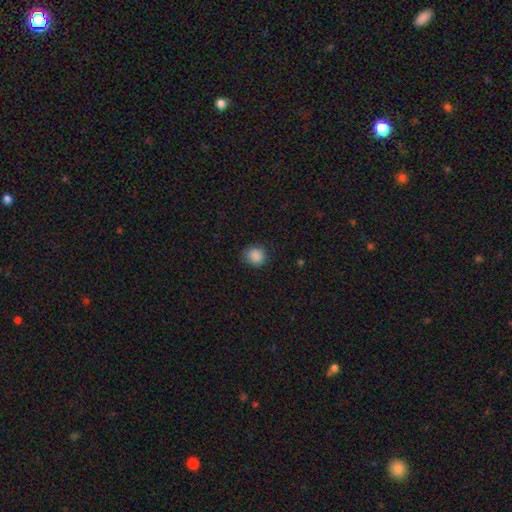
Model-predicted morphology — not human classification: Smooth or featured?
  - smooth: 87% *
  - star or artifact: 10%
  - featured or disk: 3%
How rounded?
  - round: 84% *
  - in between: 15%
  - cigar-shaped: 1%
Merging?
  - none: 84% *
  - minor disturbance: 12%
  - major disturbance: 3%
  - merger: 1%